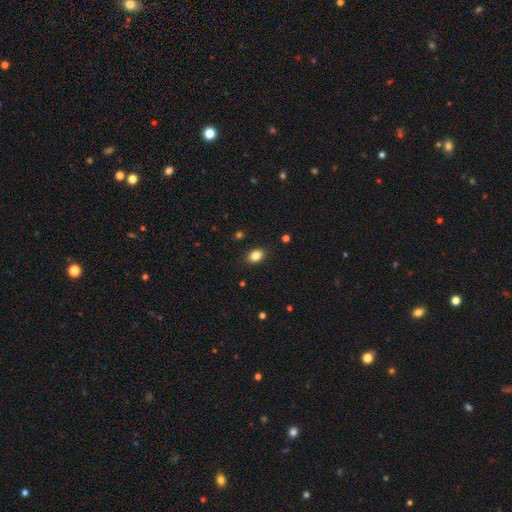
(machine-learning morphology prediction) Q: Smooth or featured?
A: smooth (84%); runner-up: star or artifact (10%)
Q: How rounded?
A: in between (77%); runner-up: round (21%)
Q: Merging?
A: none (88%); runner-up: minor disturbance (9%)